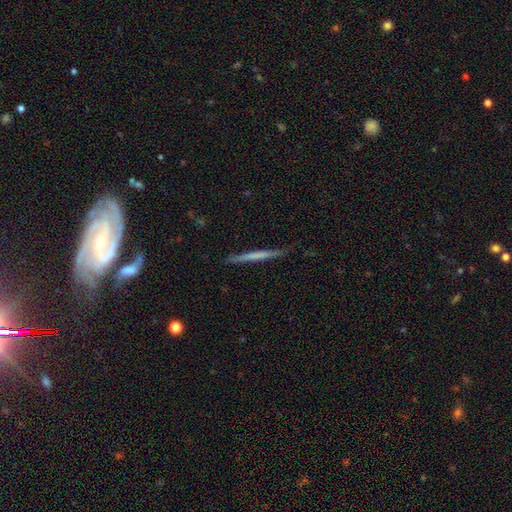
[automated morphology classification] Smooth or featured: smooth — 50% (featured or disk — 45%)
Merging: none — 87% (minor disturbance — 10%)